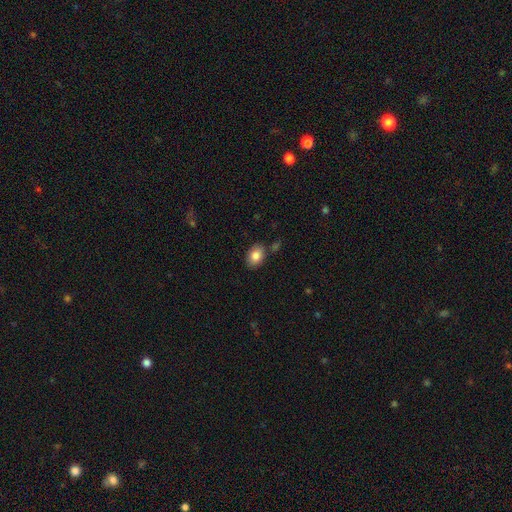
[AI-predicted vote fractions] This appears to be a smooth galaxy with no disk features (84%) that is in between round and cigar-shaped (81%). Merging: none (81%).